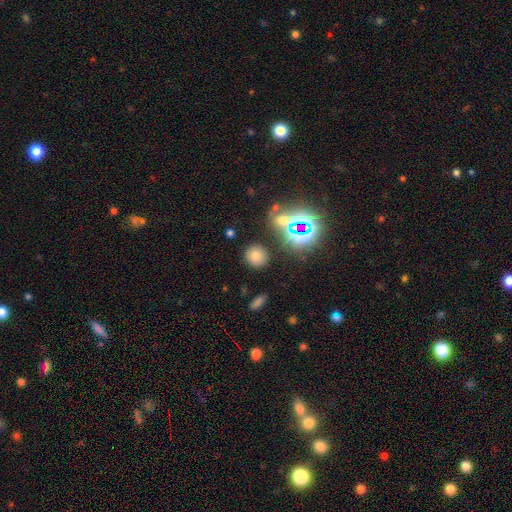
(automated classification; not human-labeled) Morphology: type=smooth (69%); roundness=round (88%); merging=none (85%).